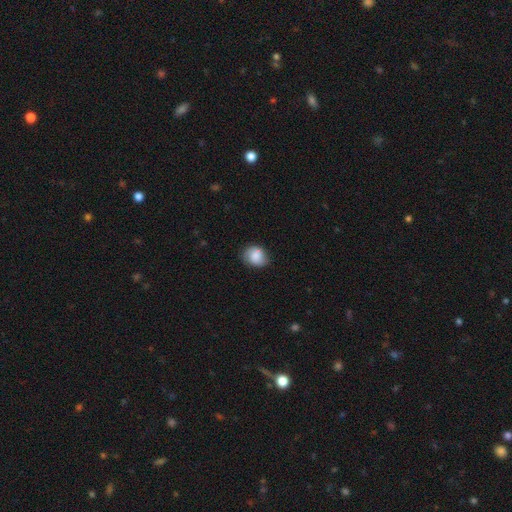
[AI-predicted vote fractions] smooth_or_featured: smooth (p=0.80) [alt: featured or disk p=0.12]
how_rounded: round (p=0.57) [alt: in between p=0.42]
merging: none (p=0.73) [alt: minor disturbance p=0.21]